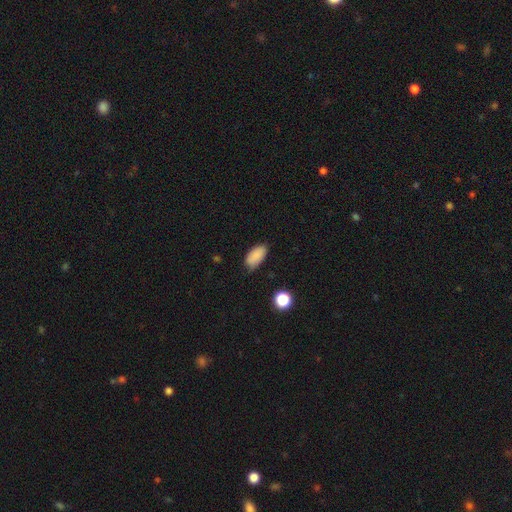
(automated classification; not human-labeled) smooth_or_featured: smooth (p=0.87) [alt: star or artifact p=0.09]
how_rounded: in between (p=0.92) [alt: cigar-shaped p=0.04]
merging: none (p=0.74) [alt: minor disturbance p=0.21]